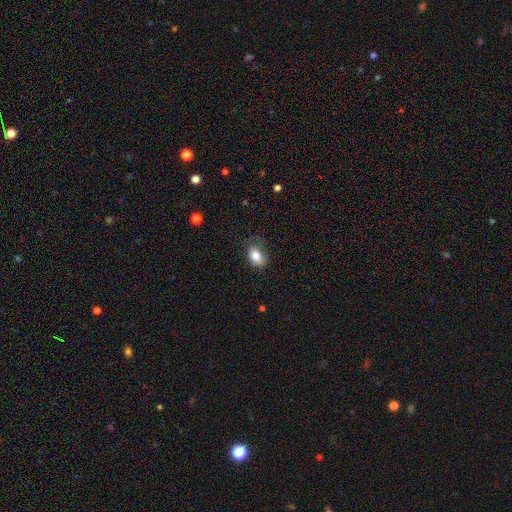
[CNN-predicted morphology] Smooth or featured? Predicted: smooth (p=0.81). How rounded? Predicted: in between (p=0.82). Merging? Predicted: none (p=0.66).